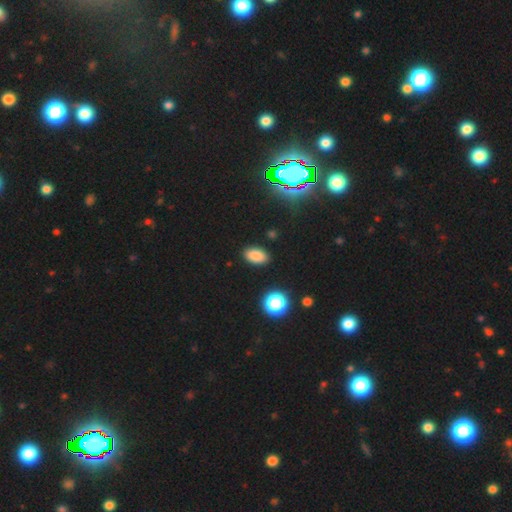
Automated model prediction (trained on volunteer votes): Smooth or featured? smooth (84%)
How rounded? in between (91%)
Merging? none (89%)